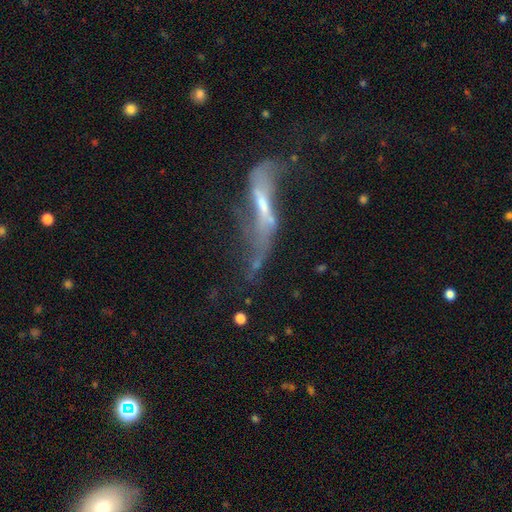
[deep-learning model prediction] Smooth or featured: featured or disk — 69% (smooth — 20%)
Edge-on disk: no — 67% (yes — 33%)
Merging: major disturbance — 39% (none — 28%)